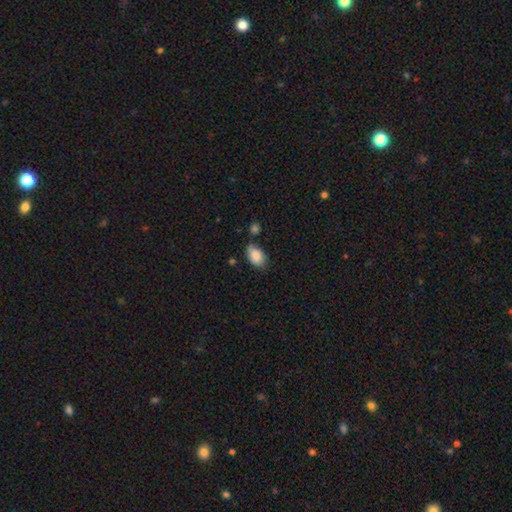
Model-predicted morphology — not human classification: This is clearly a smooth galaxy (87%). How rounded: clearly in between (92%). Merging: likely none (71%).